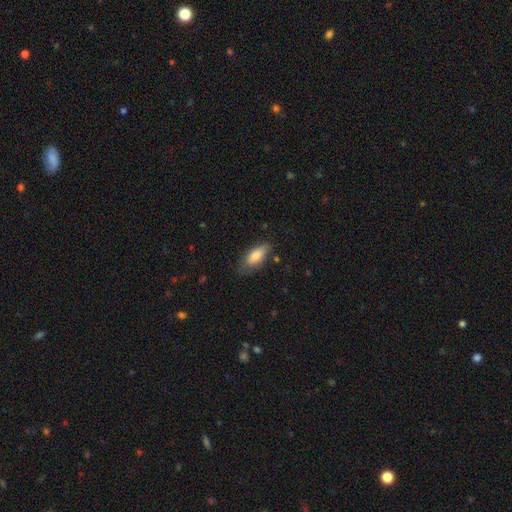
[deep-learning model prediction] Smooth or featured? Predicted: smooth (p=0.78). How rounded? Predicted: in between (p=0.82). Merging? Predicted: none (p=0.68).